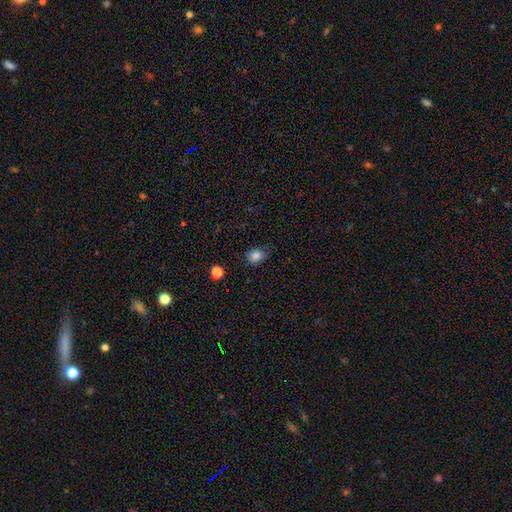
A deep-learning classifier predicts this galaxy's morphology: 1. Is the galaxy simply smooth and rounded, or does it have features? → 84% smooth, 12% star or artifact, 5% featured or disk.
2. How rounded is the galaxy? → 55% round, 44% in between, 1% cigar-shaped.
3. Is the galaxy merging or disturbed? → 73% none, 21% minor disturbance, 4% major disturbance, 2% merger.